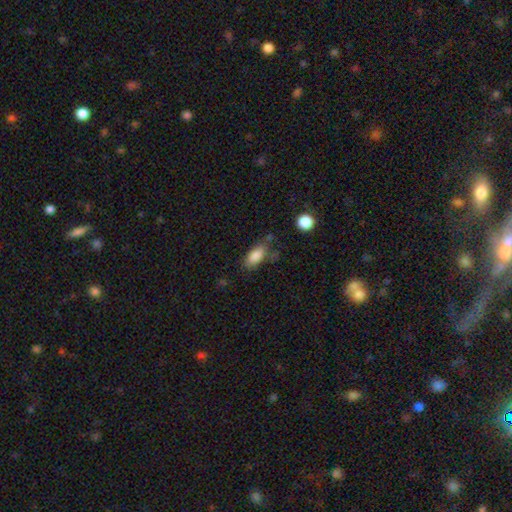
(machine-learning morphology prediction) Smooth or featured?
  - smooth: 84% *
  - featured or disk: 8%
  - star or artifact: 8%
How rounded?
  - in between: 87% *
  - cigar-shaped: 9%
  - round: 4%
Merging?
  - none: 58% *
  - minor disturbance: 26%
  - major disturbance: 10%
  - merger: 6%